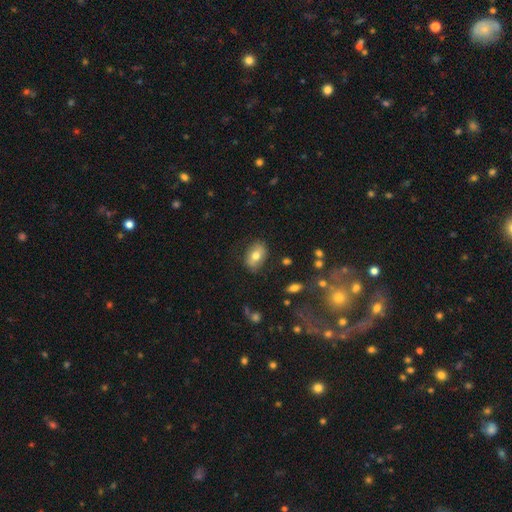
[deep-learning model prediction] smooth-or-featured: smooth: 68% | featured or disk: 23% | star or artifact: 8%
  how-rounded: in between: 84% | round: 15% | cigar-shaped: 1%
  merging: none: 82% | minor disturbance: 13% | major disturbance: 3% | merger: 1%